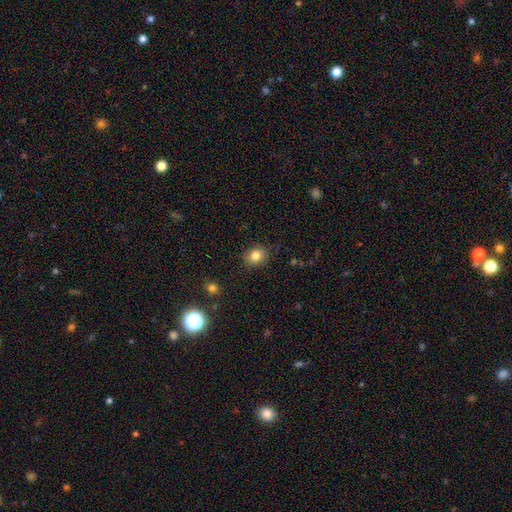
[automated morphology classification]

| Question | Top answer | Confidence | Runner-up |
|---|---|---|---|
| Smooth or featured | smooth | 83% | star or artifact (11%) |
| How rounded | round | 59% | in between (40%) |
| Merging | none | 87% | minor disturbance (10%) |